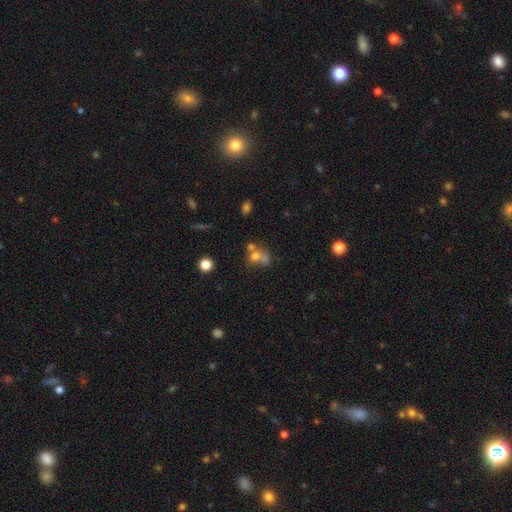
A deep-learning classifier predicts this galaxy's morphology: smooth 64%, featured or disk 20%, star or artifact 16%. Down the decision tree: how rounded — round (63%); merging — merger (52%).